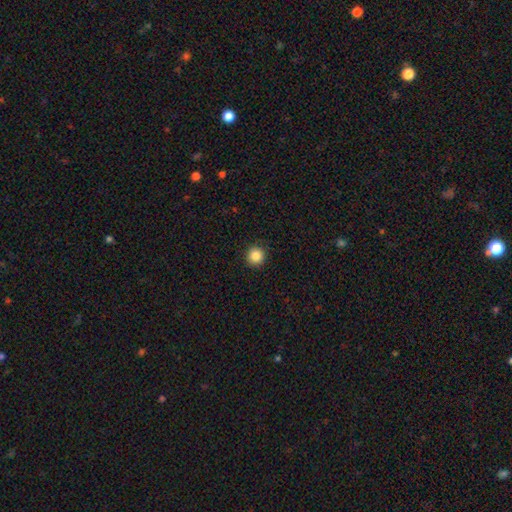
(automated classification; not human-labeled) Q: Smooth or featured?
A: smooth (87%); runner-up: star or artifact (10%)
Q: How rounded?
A: round (94%); runner-up: in between (5%)
Q: Merging?
A: none (91%); runner-up: minor disturbance (6%)